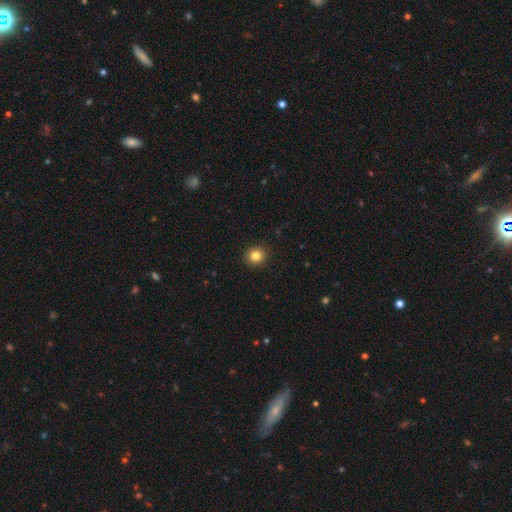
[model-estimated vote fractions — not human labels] smooth 83%, star or artifact 11%, featured or disk 5%. Down the decision tree: how rounded — round (86%); merging — none (92%).